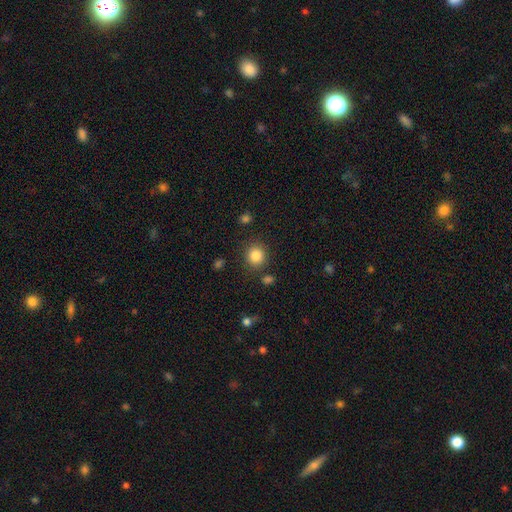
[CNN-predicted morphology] smooth 84%, star or artifact 10%, featured or disk 5%. Down the decision tree: how rounded — round (89%); merging — none (85%).